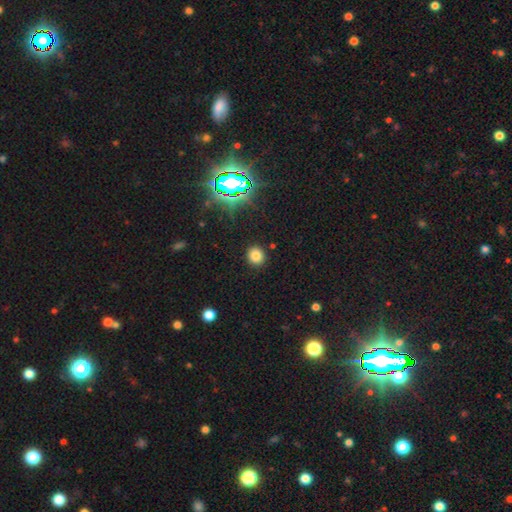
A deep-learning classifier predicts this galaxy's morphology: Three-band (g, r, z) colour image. It shows a smooth galaxy with no disk features (78%) that is round (86%). Merging: none (90%).